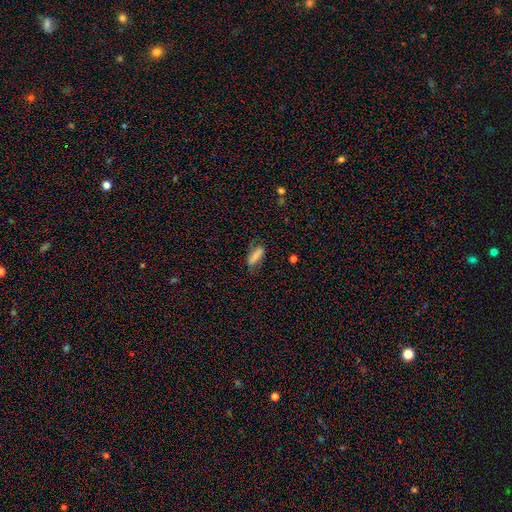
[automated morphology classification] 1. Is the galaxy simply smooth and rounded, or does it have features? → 78% smooth, 14% featured or disk, 8% star or artifact.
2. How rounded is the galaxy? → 53% in between, 44% cigar-shaped, 3% round.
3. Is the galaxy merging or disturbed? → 63% none, 25% minor disturbance, 9% major disturbance, 3% merger.